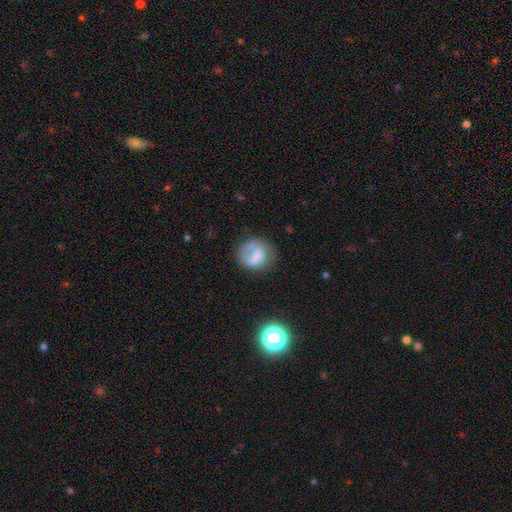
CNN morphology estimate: This is likely a smooth galaxy (65%). How rounded: likely round (74%). Merging: possibly none (50%).